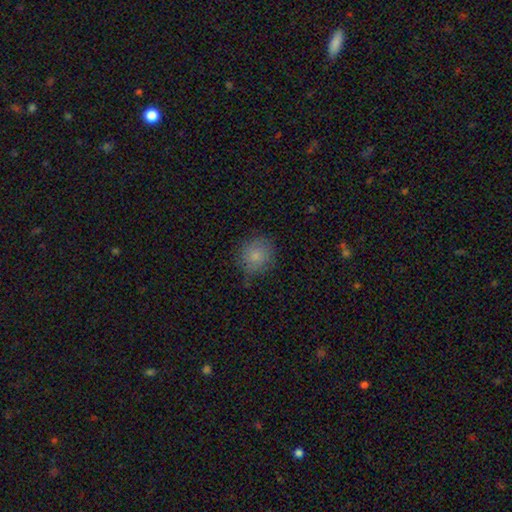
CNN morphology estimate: This is clearly a smooth galaxy (83%). How rounded: clearly round (85%). Merging: likely none (75%).